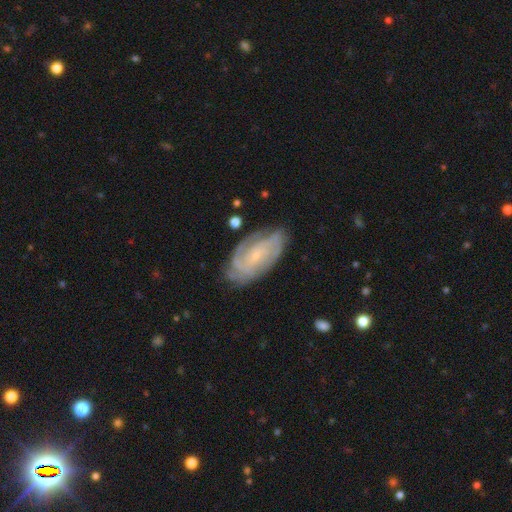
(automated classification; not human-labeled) smooth_or_featured: featured or disk (p=0.80) [alt: smooth p=0.14]
disk_edge_on: no (p=0.95) [alt: yes p=0.05]
bar: no (p=0.58) [alt: weak p=0.34]
has_spiral_arms: yes (p=0.95) [alt: no p=0.05]
spiral_winding: tight (p=0.61) [alt: medium p=0.31]
spiral_arm_count: can't tell (p=0.31) [alt: 2 p=0.25]
bulge_size: small (p=0.74) [alt: moderate p=0.17]
merging: none (p=0.75) [alt: minor disturbance p=0.18]